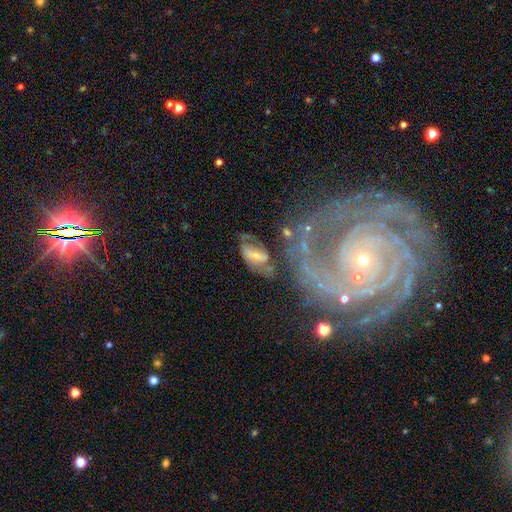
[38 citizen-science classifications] This is likely a featured or disk galaxy (74%). It is clearly not viewed edge-on (100%). Bar: possibly strong (46%). Spiral arm pattern: clearly yes (82%). Spiral arm count: clearly 2 (91%). Spiral winding: marginally medium (43%). Central bulge: possibly small (50%). Merging: possibly none (57%).